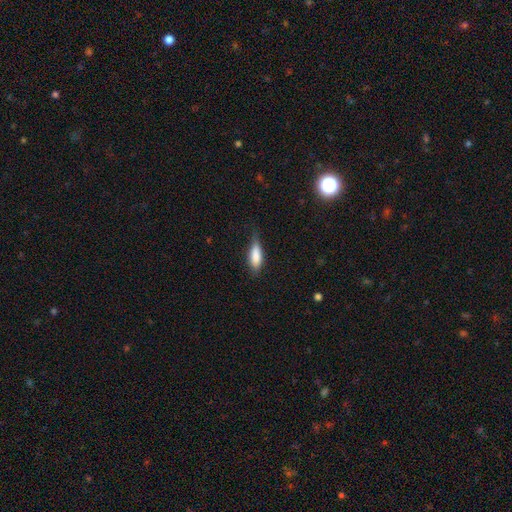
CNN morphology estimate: Smooth or featured? smooth (80%)
How rounded? in between (64%)
Merging? none (62%)